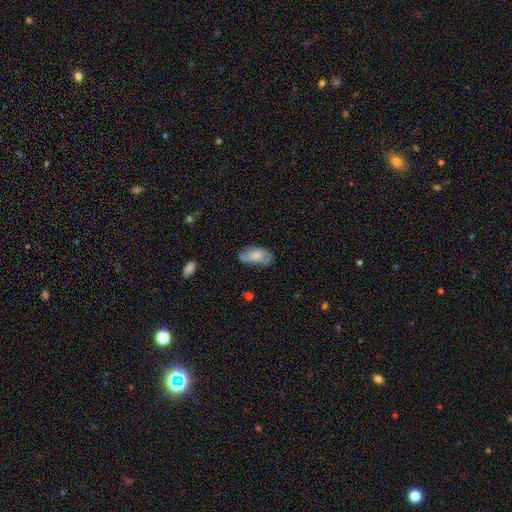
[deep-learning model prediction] Smooth or featured? smooth (61%)
How rounded? in between (92%)
Merging? none (54%)